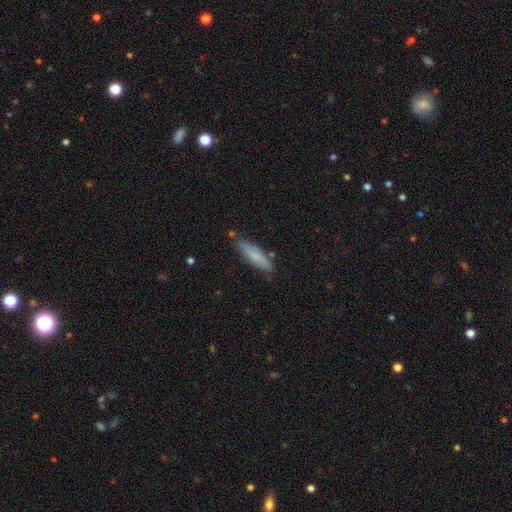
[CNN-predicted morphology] Q: Smooth or featured?
A: smooth (72%); runner-up: featured or disk (21%)
Q: How rounded?
A: cigar-shaped (71%); runner-up: in between (28%)
Q: Merging?
A: none (75%); runner-up: minor disturbance (17%)